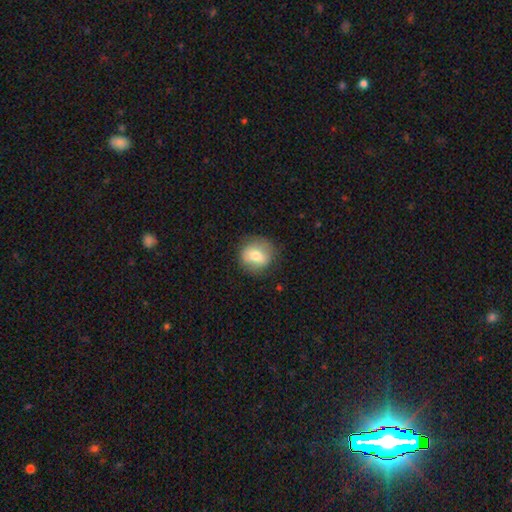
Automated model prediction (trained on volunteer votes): Morphology: type=smooth (68%); roundness=round (84%); merging=none (80%).